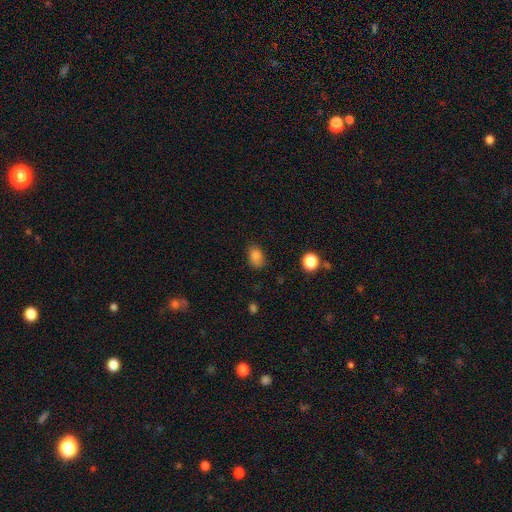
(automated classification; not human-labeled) Q: Smooth or featured?
A: smooth (83%); runner-up: star or artifact (11%)
Q: How rounded?
A: in between (71%); runner-up: round (27%)
Q: Merging?
A: none (76%); runner-up: minor disturbance (19%)